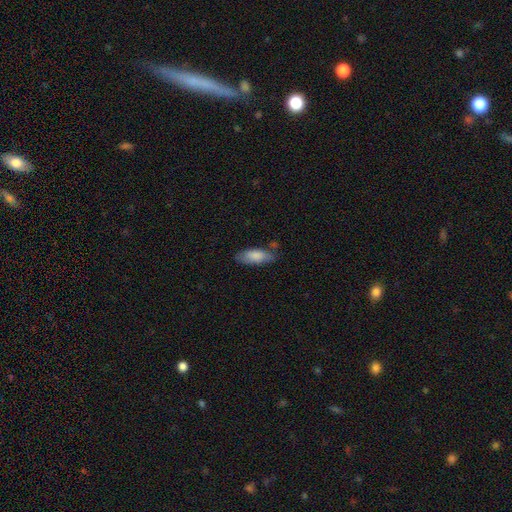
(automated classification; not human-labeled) smooth-or-featured: smooth: 84% | featured or disk: 10% | star or artifact: 6%
  how-rounded: in between: 78% | cigar-shaped: 20% | round: 2%
  merging: none: 69% | minor disturbance: 22% | major disturbance: 5% | merger: 4%